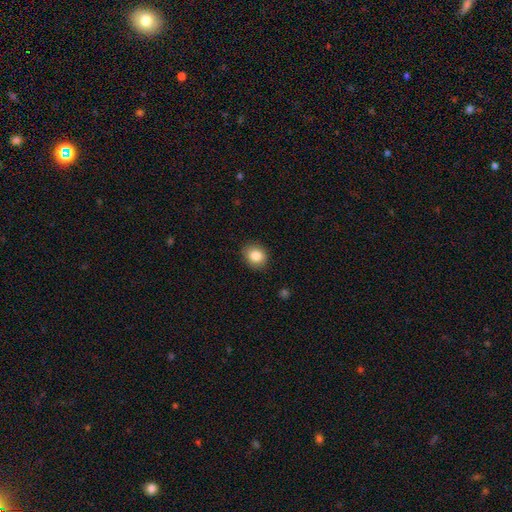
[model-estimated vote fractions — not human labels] smooth-or-featured: smooth: 86% | star or artifact: 9% | featured or disk: 6%
  how-rounded: round: 69% | in between: 31% | cigar-shaped: 1%
  merging: none: 88% | minor disturbance: 9% | major disturbance: 2% | merger: 1%